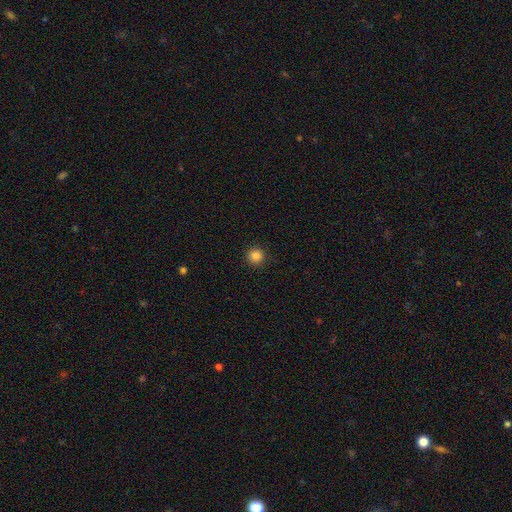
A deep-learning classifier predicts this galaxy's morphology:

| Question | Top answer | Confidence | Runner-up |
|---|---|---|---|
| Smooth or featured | smooth | 85% | star or artifact (12%) |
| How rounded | round | 95% | in between (4%) |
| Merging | none | 92% | minor disturbance (6%) |